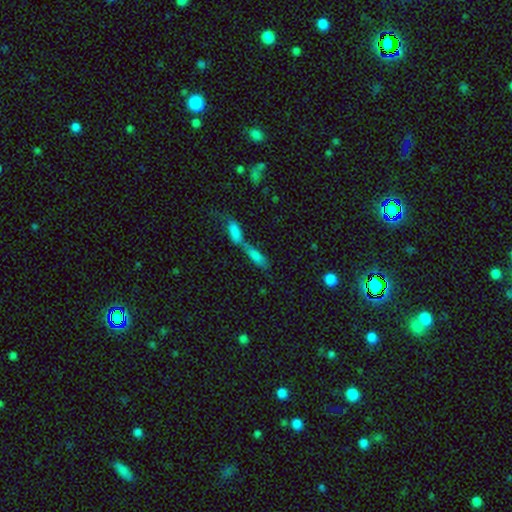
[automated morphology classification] Smooth or featured: smooth — 75% (featured or disk — 14%)
How rounded: in between — 56% (cigar-shaped — 40%)
Merging: merger — 70% (none — 19%)